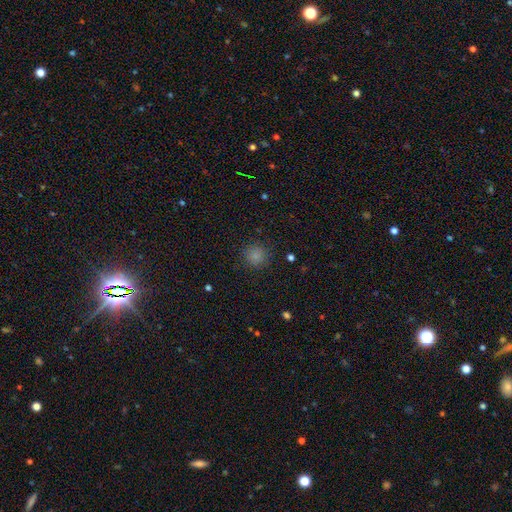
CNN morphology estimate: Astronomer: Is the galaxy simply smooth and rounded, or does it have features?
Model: smooth — 83%.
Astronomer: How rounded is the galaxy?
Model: round — 92%.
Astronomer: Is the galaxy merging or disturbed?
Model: none — 88%.